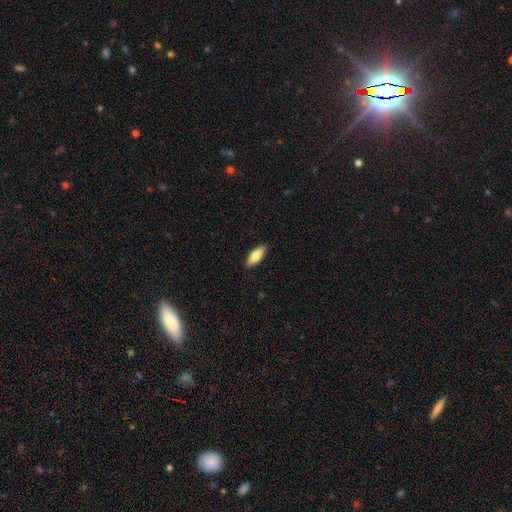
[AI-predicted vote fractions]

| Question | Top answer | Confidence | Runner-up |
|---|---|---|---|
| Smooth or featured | smooth | 77% | featured or disk (17%) |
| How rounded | in between | 74% | cigar-shaped (24%) |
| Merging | none | 89% | minor disturbance (9%) |